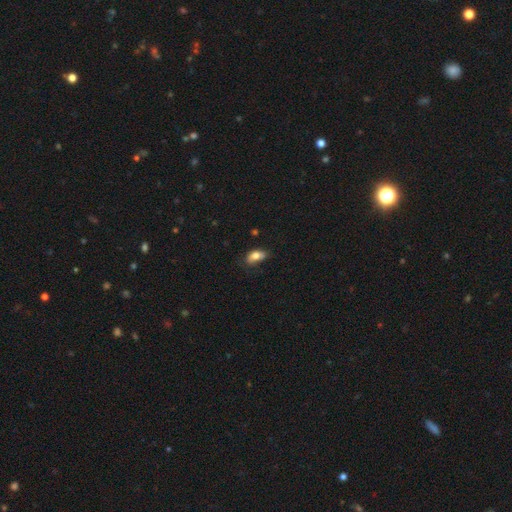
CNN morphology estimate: smooth-or-featured: smooth: 78% | featured or disk: 14% | star or artifact: 8%
  how-rounded: in between: 88% | round: 6% | cigar-shaped: 6%
  merging: none: 55% | minor disturbance: 32% | major disturbance: 9% | merger: 3%